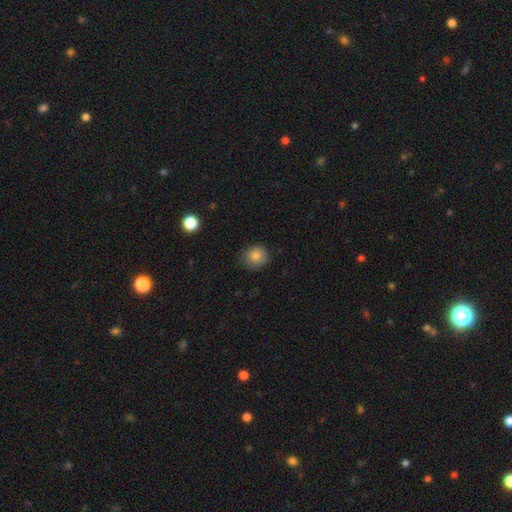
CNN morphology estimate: type=smooth (84%); roundness=round (88%); merging=none (82%).